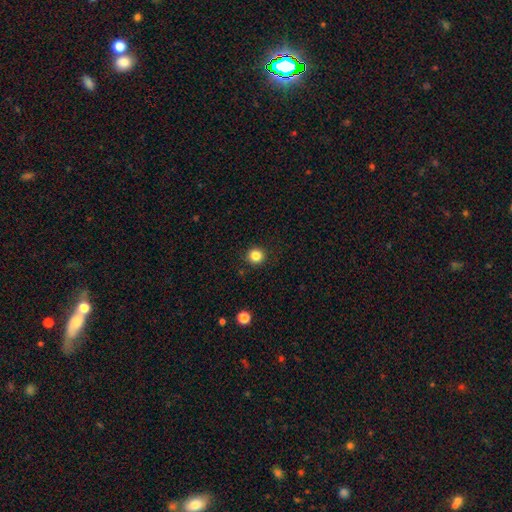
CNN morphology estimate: This appears to be a smooth galaxy with no disk features (84%) that is round (94%). Merging: none (92%).